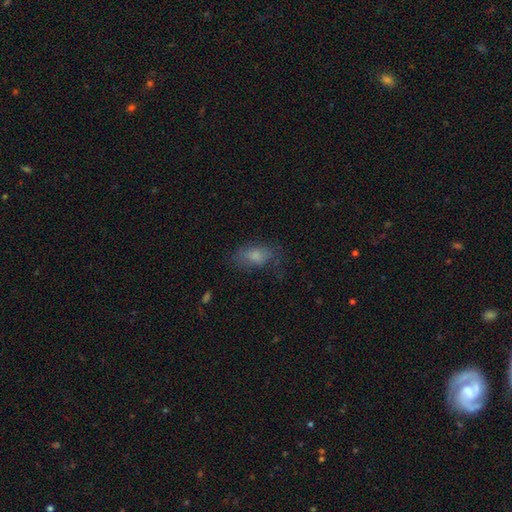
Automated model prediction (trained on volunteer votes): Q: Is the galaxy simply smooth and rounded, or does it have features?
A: smooth — 68%.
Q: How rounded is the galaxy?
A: in between — 87%.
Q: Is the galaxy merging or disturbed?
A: none — 55%.